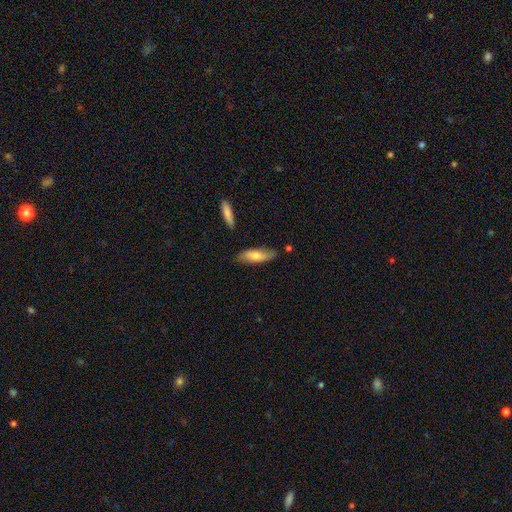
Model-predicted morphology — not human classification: smooth 64%, featured or disk 30%, star or artifact 6%. Down the decision tree: how rounded — in between (55%); merging — none (75%).